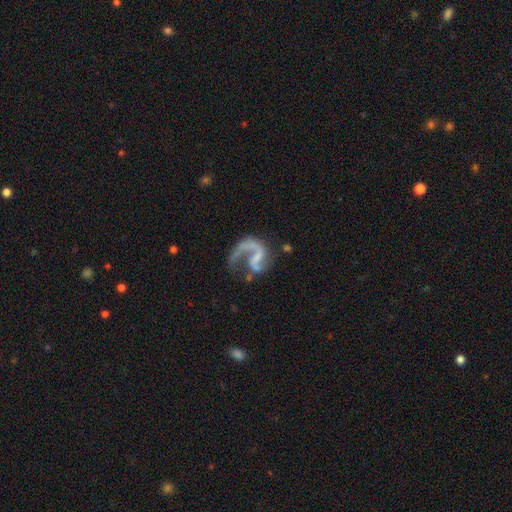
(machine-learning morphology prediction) The model was most divided on "bulge size": none: 46%, small: 40%, moderate: 11%, large: 2%, dominant: 1%. Remaining: edge-on disk — no (98%); spiral arms — yes (93%); smooth or featured — featured or disk (86%); spiral winding — loose (59%); spiral arm count — 2 (52%); bar — weak (44%); merging — none (42%).